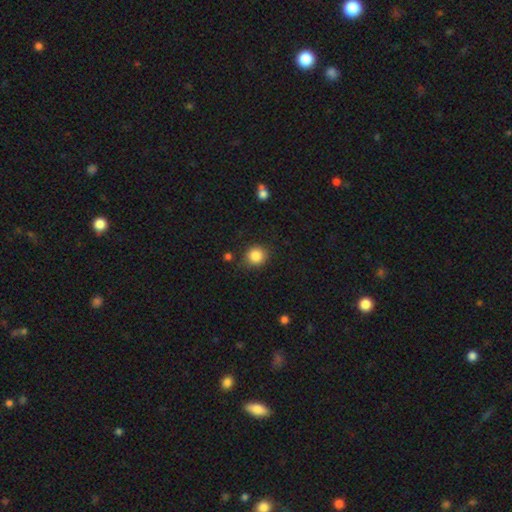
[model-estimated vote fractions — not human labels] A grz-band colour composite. It shows a smooth galaxy with no disk features (86%) that is round (88%). Merging: none (84%).